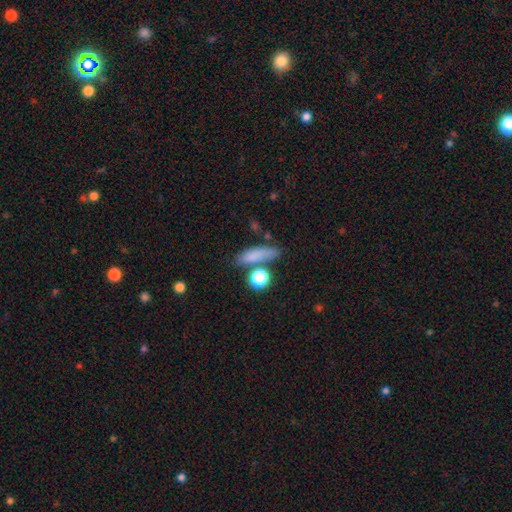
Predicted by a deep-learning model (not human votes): Smooth or featured: smooth — 79% (featured or disk — 11%)
How rounded: cigar-shaped — 53% (in between — 36%)
Merging: none — 67% (minor disturbance — 15%)